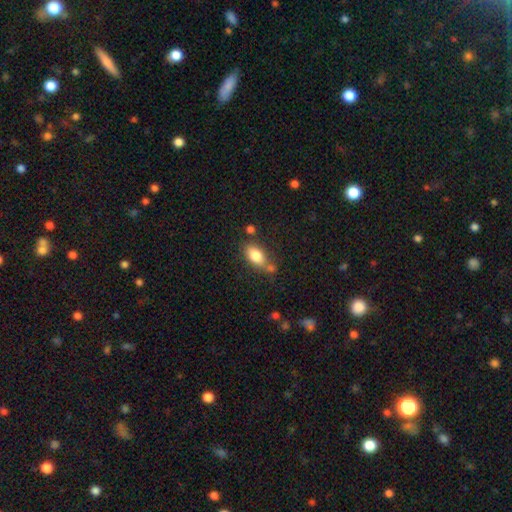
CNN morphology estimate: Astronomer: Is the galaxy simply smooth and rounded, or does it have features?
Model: smooth — 80%.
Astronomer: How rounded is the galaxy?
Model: in between — 87%.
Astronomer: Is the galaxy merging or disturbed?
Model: none — 60%.